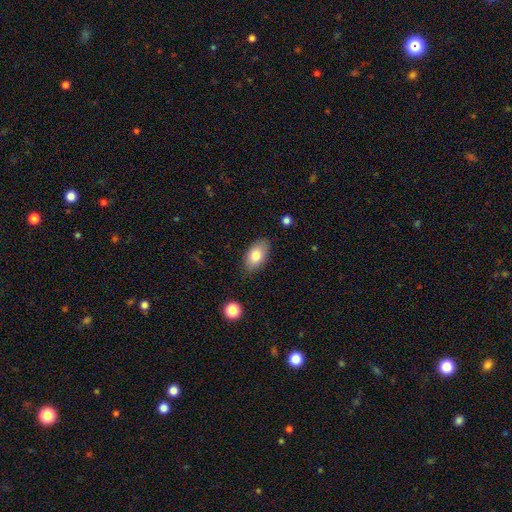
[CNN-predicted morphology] The model was most divided on "smooth or featured": smooth: 79%, featured or disk: 14%, star or artifact: 7%. More confident: how rounded — in between (93%); merging — none (82%).